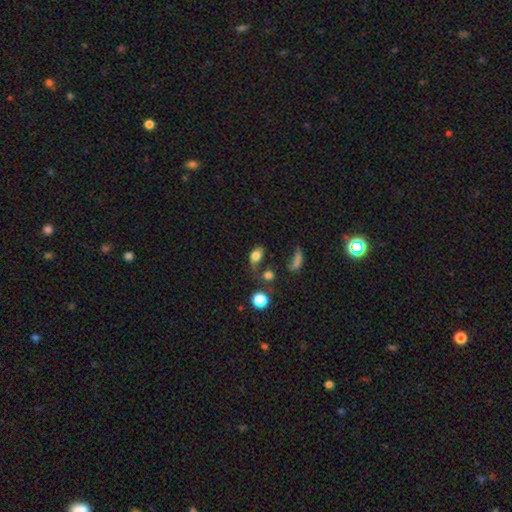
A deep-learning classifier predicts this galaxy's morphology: type=smooth (78%); roundness=in between (82%); merging=none (43%).